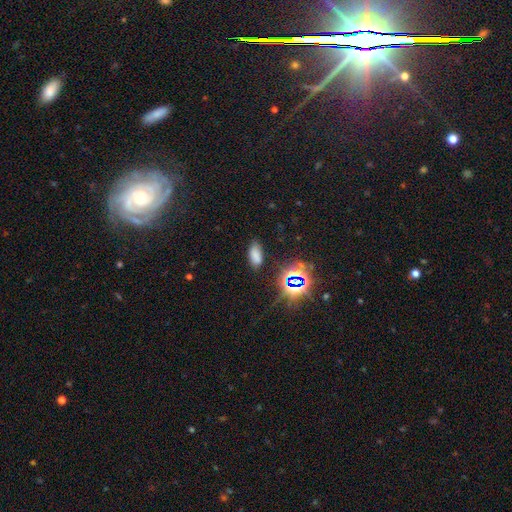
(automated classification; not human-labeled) Smooth or featured? Predicted: smooth (p=0.68). How rounded? Predicted: in between (p=0.89). Merging? Predicted: none (p=0.79).